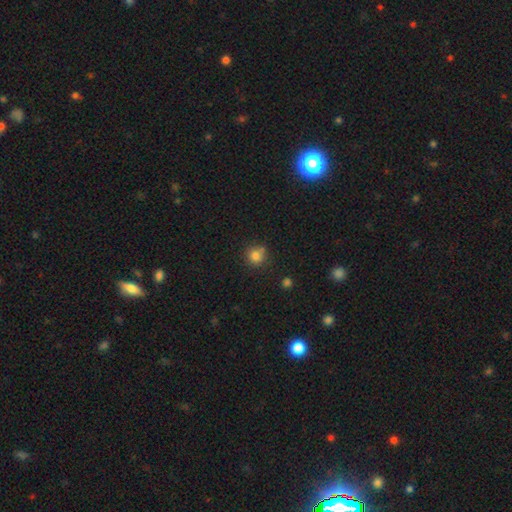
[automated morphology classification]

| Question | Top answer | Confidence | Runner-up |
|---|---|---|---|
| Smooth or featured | smooth | 81% | star or artifact (13%) |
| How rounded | round | 90% | in between (9%) |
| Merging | none | 70% | minor disturbance (13%) |